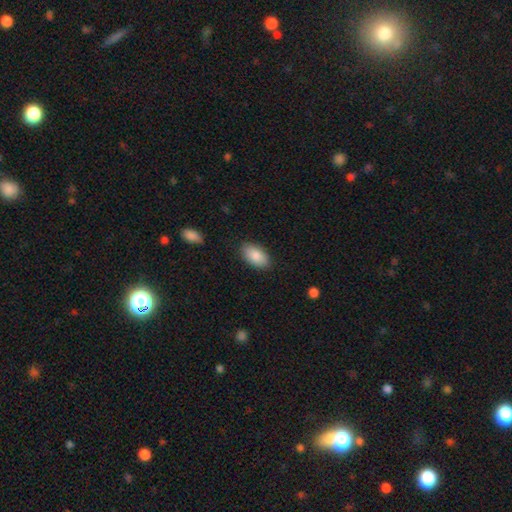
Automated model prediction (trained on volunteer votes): smooth 86%, featured or disk 7%, star or artifact 6%. Down the decision tree: how rounded — in between (94%); merging — none (86%).